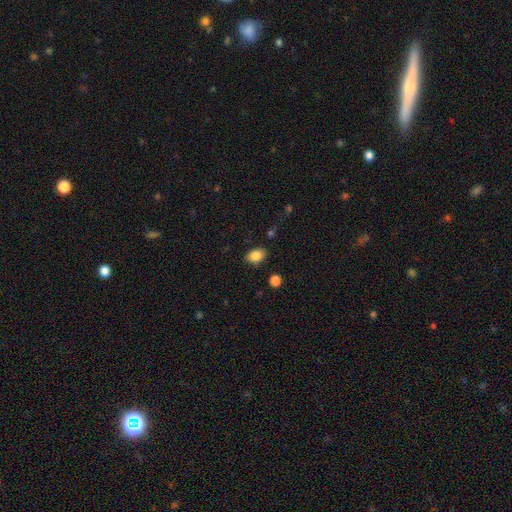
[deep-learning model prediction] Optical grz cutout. It shows a smooth galaxy with no disk features (85%) that is in between round and cigar-shaped (79%). Merging: none (84%).